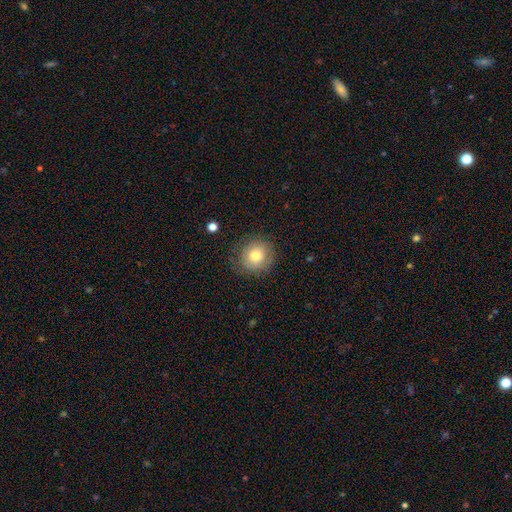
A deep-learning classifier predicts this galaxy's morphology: smooth-or-featured: smooth: 71% | featured or disk: 19% | star or artifact: 10%
  how-rounded: round: 87% | in between: 12% | cigar-shaped: 1%
  merging: none: 79% | minor disturbance: 14% | major disturbance: 5% | merger: 1%